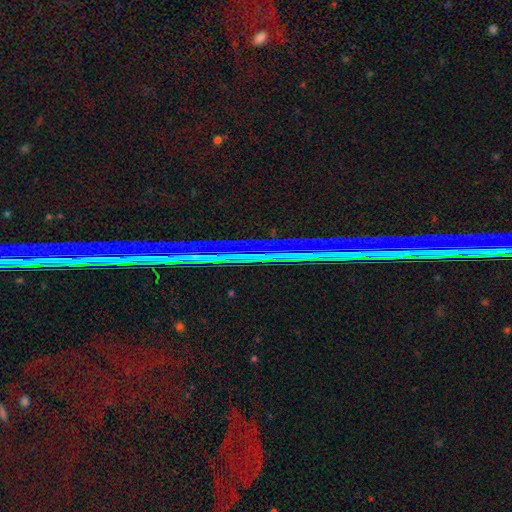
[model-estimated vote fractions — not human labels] smooth_or_featured: star or artifact (p=0.81) [alt: featured or disk p=0.12]